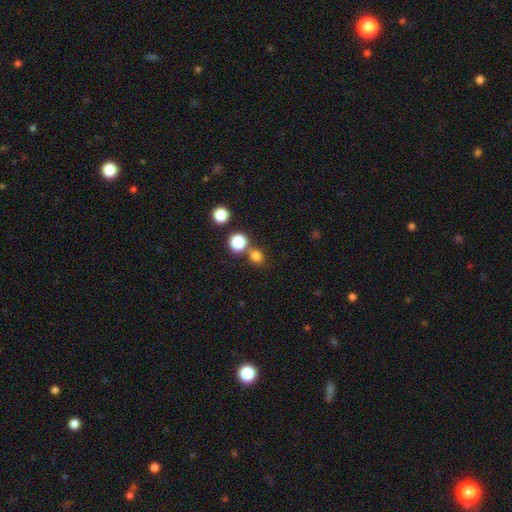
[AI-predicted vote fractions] This is likely a smooth galaxy (78%). How rounded: clearly round (86%). Merging: likely none (70%).